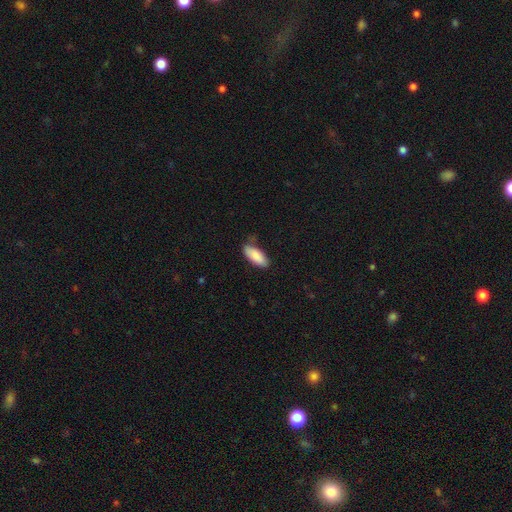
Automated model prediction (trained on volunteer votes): A smooth galaxy with no disk features (87%) that is in between round and cigar-shaped (82%). Merging: none (72%).